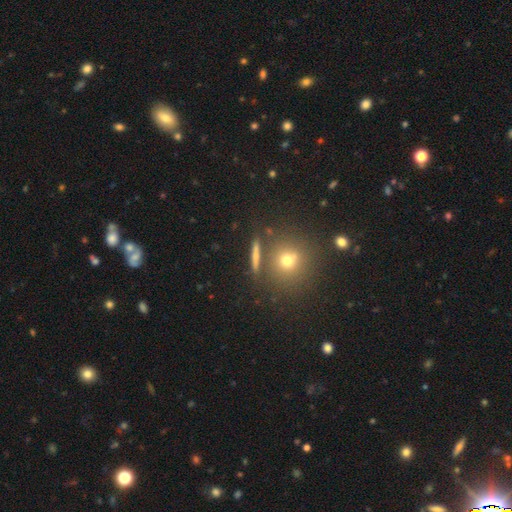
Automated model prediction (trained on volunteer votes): Smooth or featured: smooth — 58% (featured or disk — 25%)
How rounded: cigar-shaped — 54% (round — 29%)
Merging: none — 82% (minor disturbance — 9%)